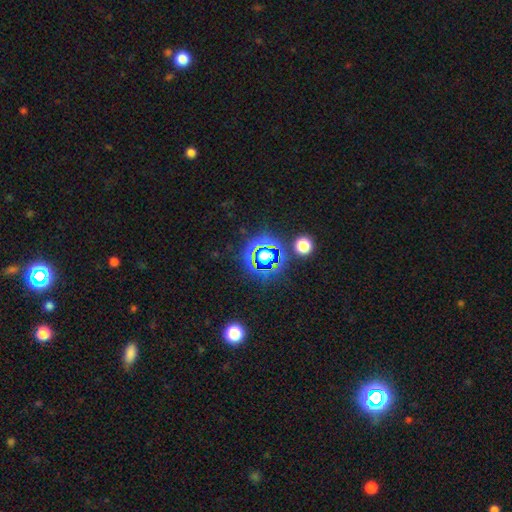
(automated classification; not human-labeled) This is likely a star or artifact rather than a galaxy (79%).